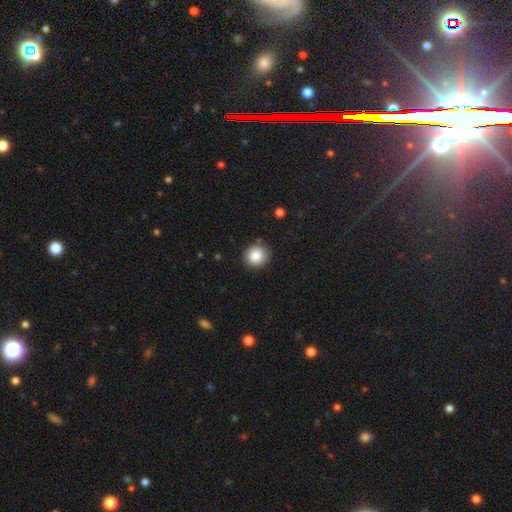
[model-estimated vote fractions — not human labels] Q: Smooth or featured?
A: smooth (85%); runner-up: star or artifact (8%)
Q: How rounded?
A: round (86%); runner-up: in between (13%)
Q: Merging?
A: none (85%); runner-up: minor disturbance (11%)